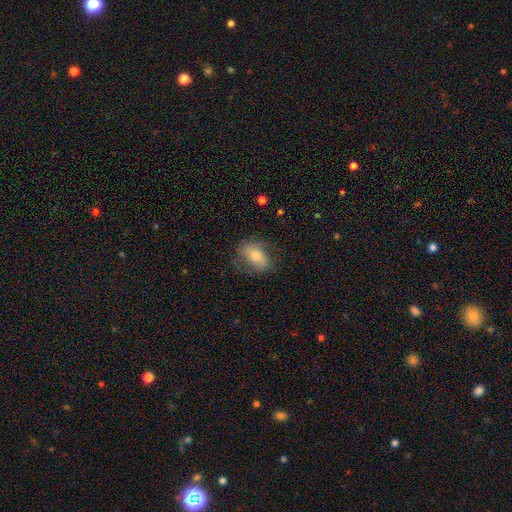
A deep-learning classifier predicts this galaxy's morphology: type=smooth (58%); roundness=in between (74%); merging=none (64%).